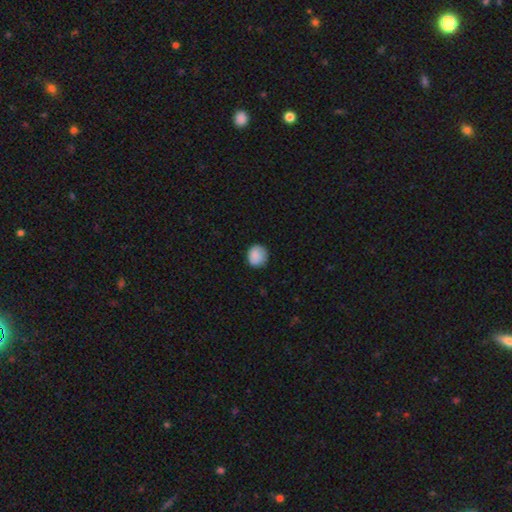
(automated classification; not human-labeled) smooth 87%, star or artifact 7%, featured or disk 6%. Down the decision tree: how rounded — round (86%); merging — none (83%).